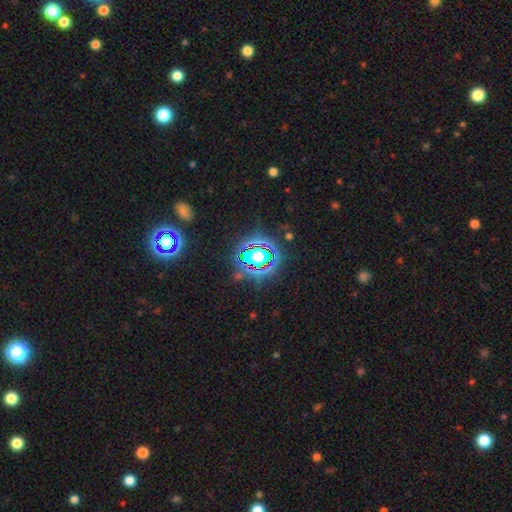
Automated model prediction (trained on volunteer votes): A star or artifact, not a galaxy (68%).